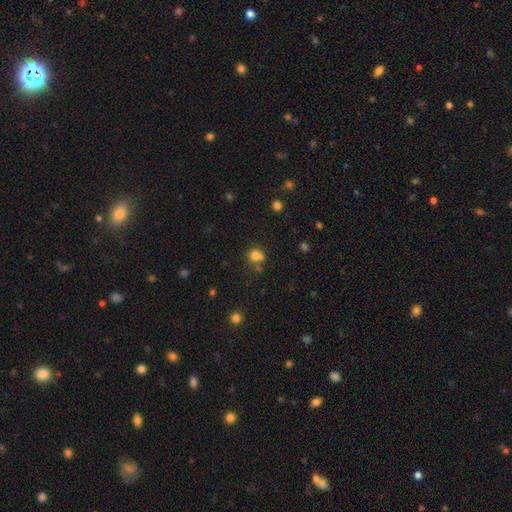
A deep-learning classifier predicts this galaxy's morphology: Smooth or featured? Predicted: smooth (p=0.78). How rounded? Predicted: round (p=0.75). Merging? Predicted: none (p=0.58).